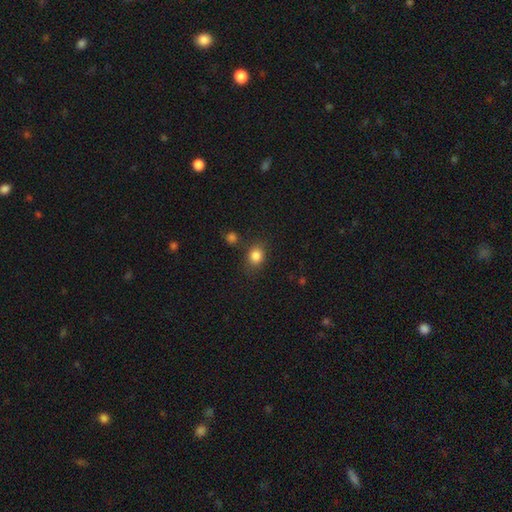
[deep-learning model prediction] Smooth or featured? smooth (83%)
How rounded? round (57%)
Merging? none (73%)